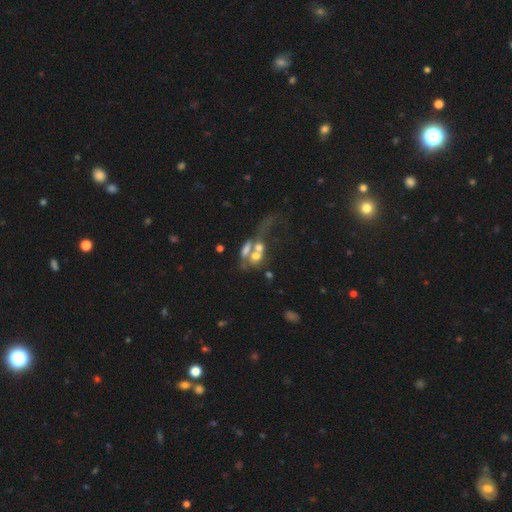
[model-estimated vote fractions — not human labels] A featured or disk galaxy (44%). Merging: merger (63%).